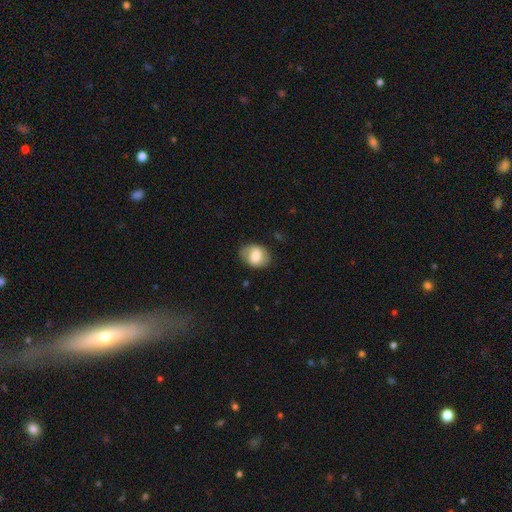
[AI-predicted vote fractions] This appears to be a smooth galaxy with no disk features (69%) that is in between round and cigar-shaped (63%). Merging: none (74%).